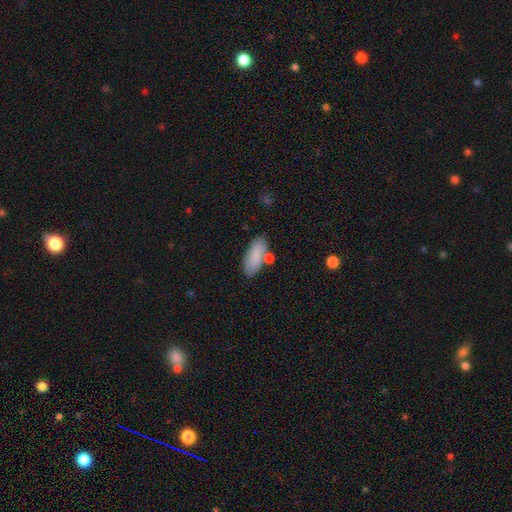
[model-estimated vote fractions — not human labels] Smooth or featured? smooth (84%)
How rounded? in between (84%)
Merging? none (68%)